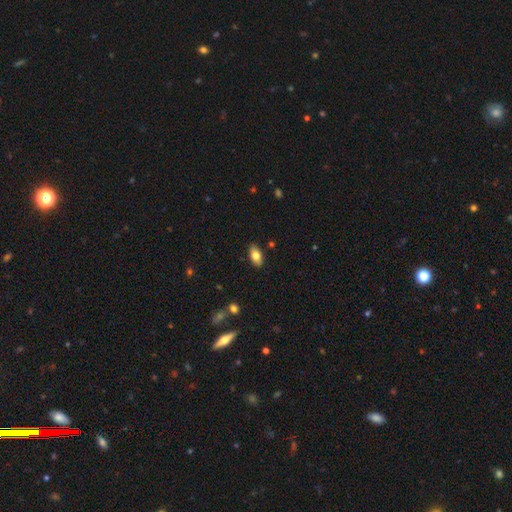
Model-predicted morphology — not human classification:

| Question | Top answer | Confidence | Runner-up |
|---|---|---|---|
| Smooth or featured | smooth | 77% | featured or disk (16%) |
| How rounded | in between | 91% | cigar-shaped (6%) |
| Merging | none | 87% | minor disturbance (10%) |